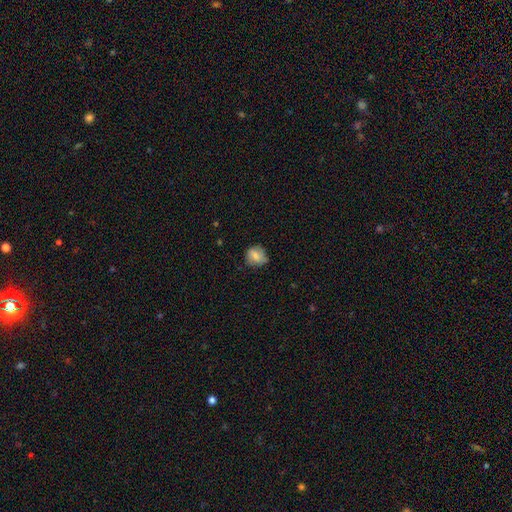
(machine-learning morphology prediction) Overall: smooth (71%). How rounded: round (75%). Merging: none (68%).